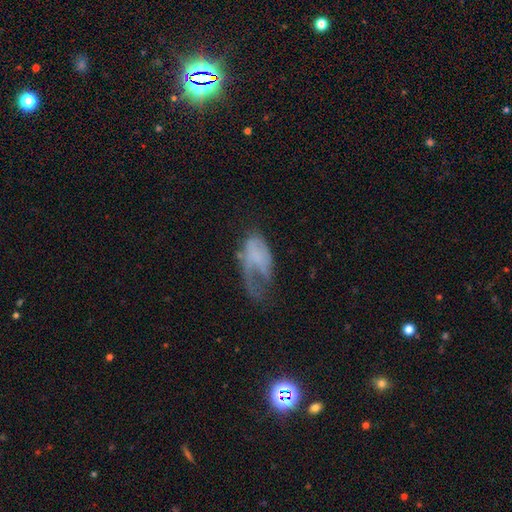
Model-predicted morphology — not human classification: Smooth or featured: featured or disk — 52% (smooth — 37%)
Edge-on disk: no — 95% (yes — 5%)
Merging: major disturbance — 48% (none — 25%)